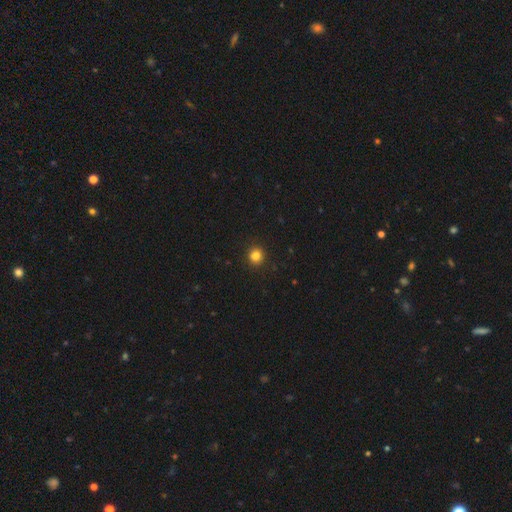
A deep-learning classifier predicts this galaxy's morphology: The model was most divided on "smooth or featured": smooth: 83%, star or artifact: 13%, featured or disk: 4%. More confident: merging — none (91%); how rounded — round (89%).